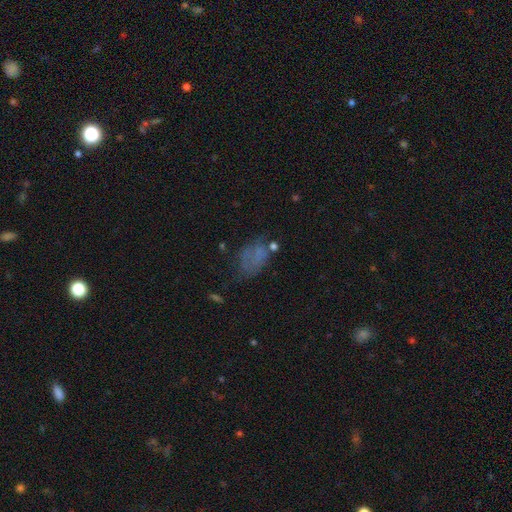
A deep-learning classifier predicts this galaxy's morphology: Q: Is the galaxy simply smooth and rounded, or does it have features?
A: smooth — 55%.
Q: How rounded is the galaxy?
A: in between — 85%.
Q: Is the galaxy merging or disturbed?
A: none — 40%.